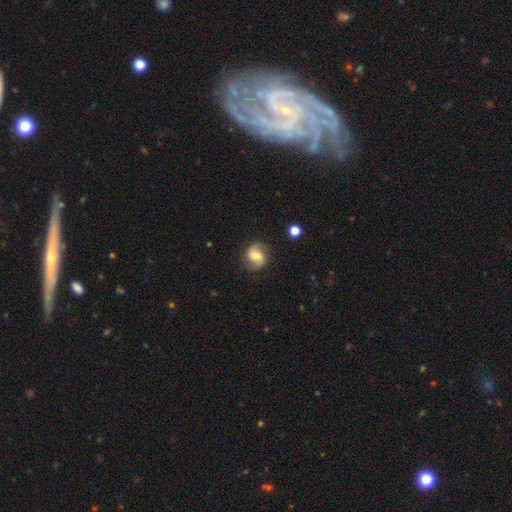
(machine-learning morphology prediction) Smooth or featured: featured or disk — 72% (smooth — 21%)
Edge-on disk: no — 98% (yes — 2%)
Bar: weak — 45% (no — 39%)
Spiral arms: yes — 94% (no — 6%)
Spiral winding: medium — 48% (loose — 30%)
Spiral arm count: 2 — 91% (can't tell — 4%)
Bulge size: moderate — 61% (small — 29%)
Merging: none — 83% (minor disturbance — 12%)